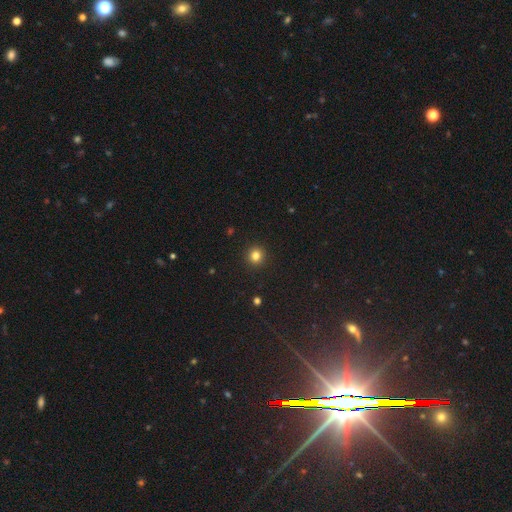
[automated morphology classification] Smooth or featured? smooth (82%)
How rounded? round (94%)
Merging? none (93%)